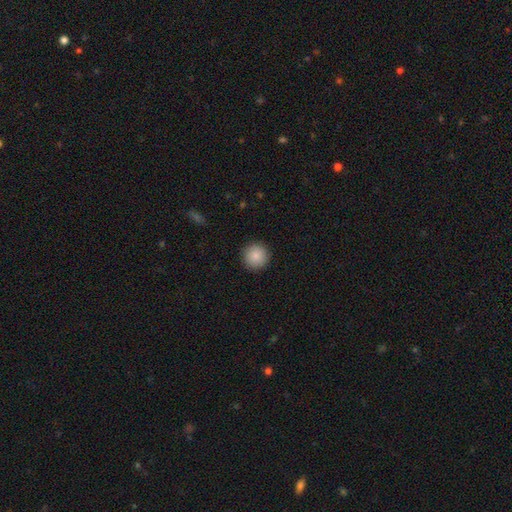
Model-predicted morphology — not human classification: Q: Smooth or featured?
A: smooth (87%); runner-up: star or artifact (8%)
Q: How rounded?
A: round (95%); runner-up: in between (4%)
Q: Merging?
A: none (92%); runner-up: minor disturbance (6%)